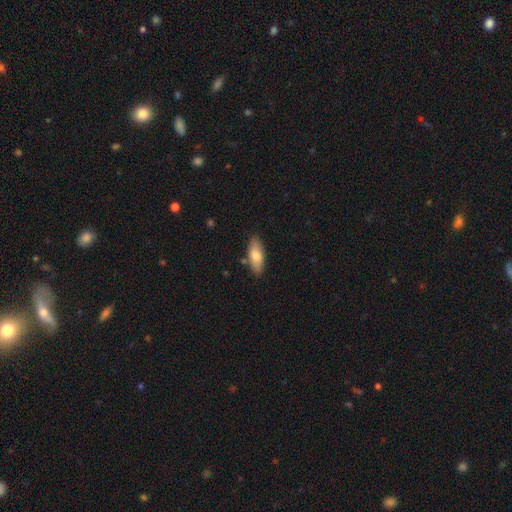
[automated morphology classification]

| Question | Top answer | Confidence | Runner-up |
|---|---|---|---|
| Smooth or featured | smooth | 75% | featured or disk (18%) |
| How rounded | in between | 75% | cigar-shaped (23%) |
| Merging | none | 83% | minor disturbance (12%) |